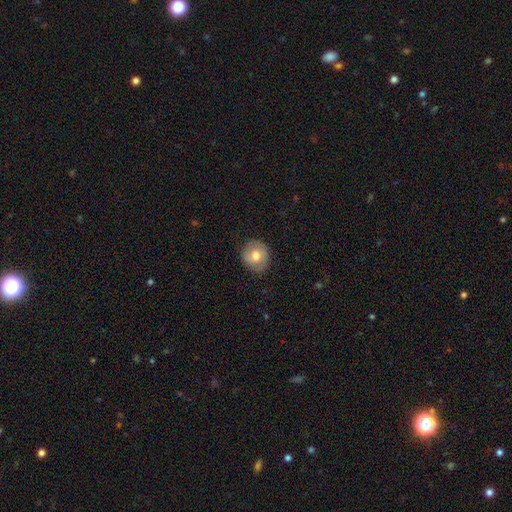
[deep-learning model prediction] This is likely a smooth galaxy (72%). How rounded: clearly round (86%). Merging: clearly none (85%).